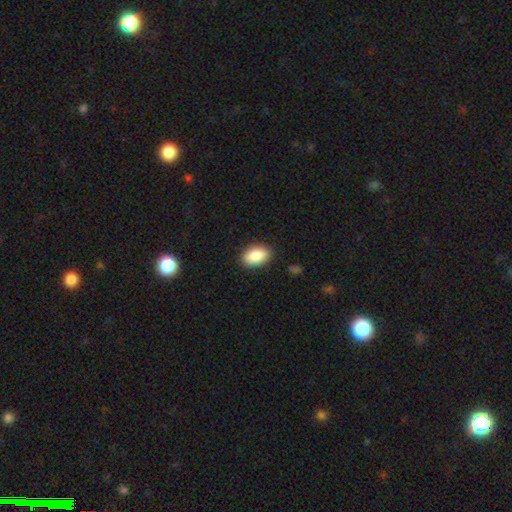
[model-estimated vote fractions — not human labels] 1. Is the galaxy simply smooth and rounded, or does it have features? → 88% smooth, 7% star or artifact, 5% featured or disk.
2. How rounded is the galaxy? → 92% in between, 6% round, 2% cigar-shaped.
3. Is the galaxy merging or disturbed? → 88% none, 9% minor disturbance, 2% major disturbance, 1% merger.